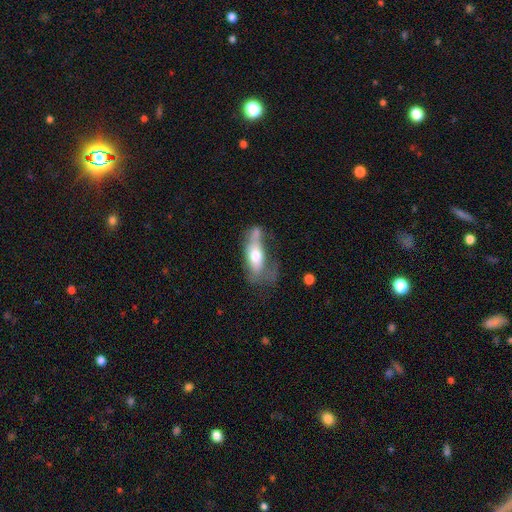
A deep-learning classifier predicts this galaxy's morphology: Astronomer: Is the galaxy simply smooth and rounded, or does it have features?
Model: smooth — 58% (runner-up: featured or disk, 35%).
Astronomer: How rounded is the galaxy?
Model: in between — 72%.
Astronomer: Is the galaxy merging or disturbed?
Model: major disturbance — 30% (runner-up: none, 26%).